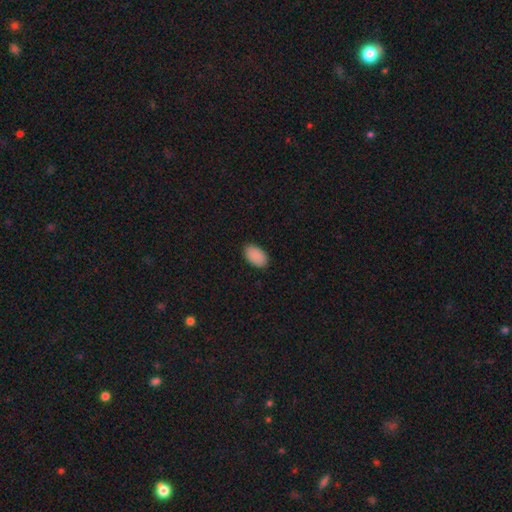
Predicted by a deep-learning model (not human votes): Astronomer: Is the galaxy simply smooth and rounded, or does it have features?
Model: smooth — 90%.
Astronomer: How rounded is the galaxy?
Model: in between — 94%.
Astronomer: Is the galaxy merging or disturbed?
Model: none — 88%.